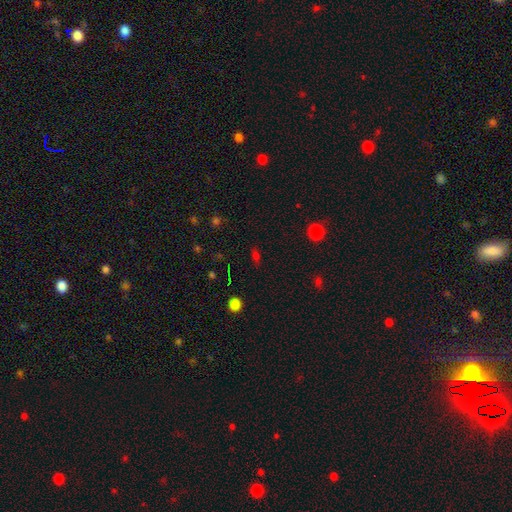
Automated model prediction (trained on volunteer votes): Smooth or featured: smooth — 50% (star or artifact — 37%)
How rounded: in between — 65% (round — 21%)
Merging: none — 81% (minor disturbance — 11%)